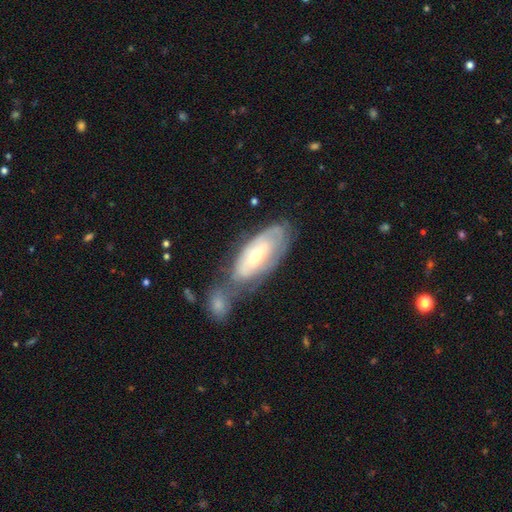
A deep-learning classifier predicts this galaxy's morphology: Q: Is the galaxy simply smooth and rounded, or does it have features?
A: featured or disk — 61%.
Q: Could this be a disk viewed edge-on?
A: no — 88%.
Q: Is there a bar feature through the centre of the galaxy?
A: no — 65%.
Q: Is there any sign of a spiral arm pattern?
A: yes — 60%.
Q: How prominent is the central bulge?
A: small — 49%.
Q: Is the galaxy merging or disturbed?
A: none — 37%.